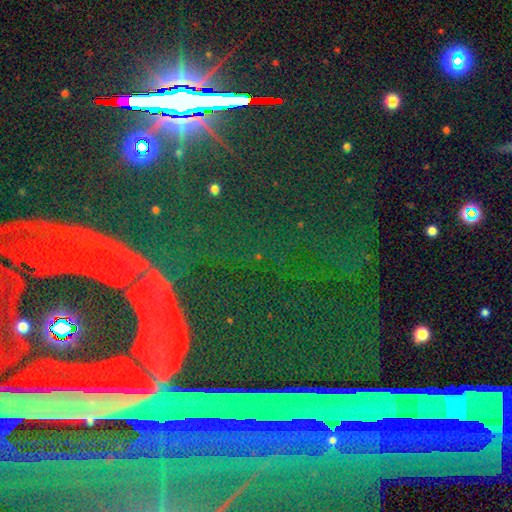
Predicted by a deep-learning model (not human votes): Smooth or featured? Predicted: star or artifact (p=0.77).